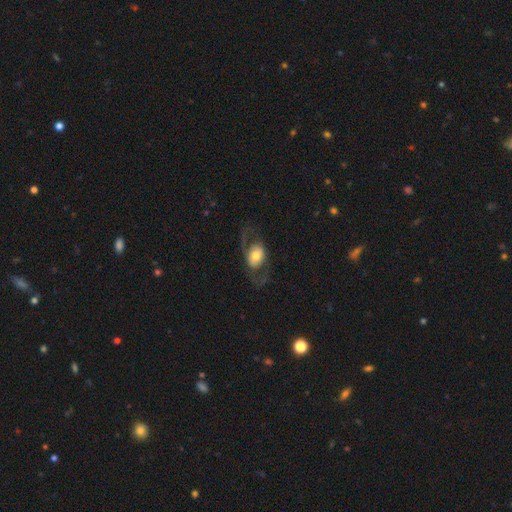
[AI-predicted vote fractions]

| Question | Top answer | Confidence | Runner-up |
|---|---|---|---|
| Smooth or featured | featured or disk | 56% | smooth (37%) |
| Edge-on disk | no | 90% | yes (10%) |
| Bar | no | 73% | weak (20%) |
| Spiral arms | yes | 57% | no (43%) |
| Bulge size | moderate | 54% | large (27%) |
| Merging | none | 60% | major disturbance (23%) |